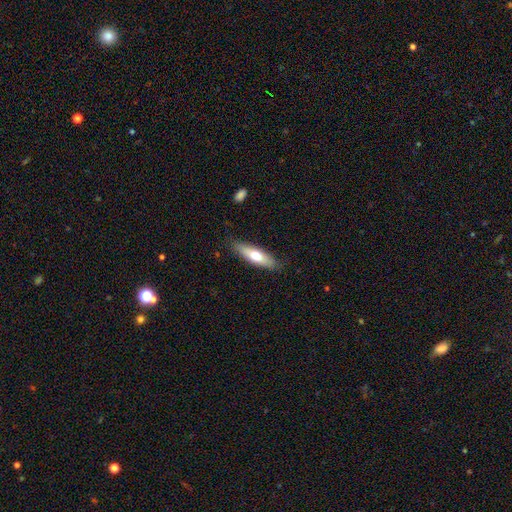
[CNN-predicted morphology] Smooth or featured? Predicted: smooth (p=0.64). How rounded? Predicted: cigar-shaped (p=0.60). Merging? Predicted: none (p=0.84).